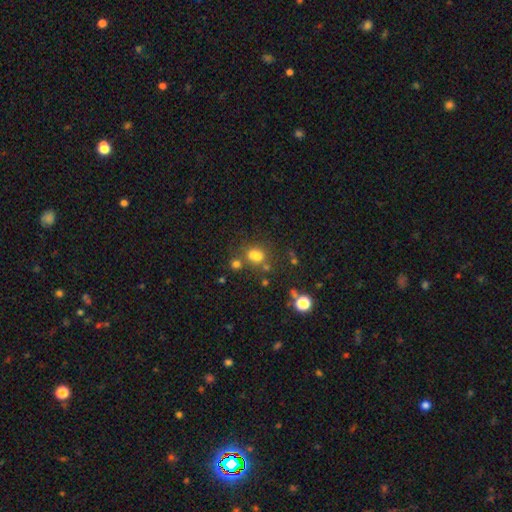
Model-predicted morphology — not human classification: This is likely a smooth galaxy (69%). How rounded: possibly in between (52%). Merging: possibly none (50%).